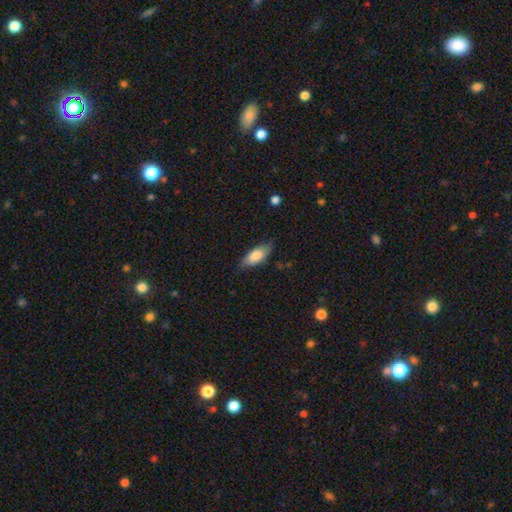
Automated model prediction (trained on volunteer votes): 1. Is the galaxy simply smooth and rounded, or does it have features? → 75% smooth, 19% featured or disk, 6% star or artifact.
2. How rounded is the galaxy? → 76% in between, 22% cigar-shaped, 2% round.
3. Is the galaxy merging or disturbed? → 74% none, 20% minor disturbance, 4% major disturbance, 1% merger.